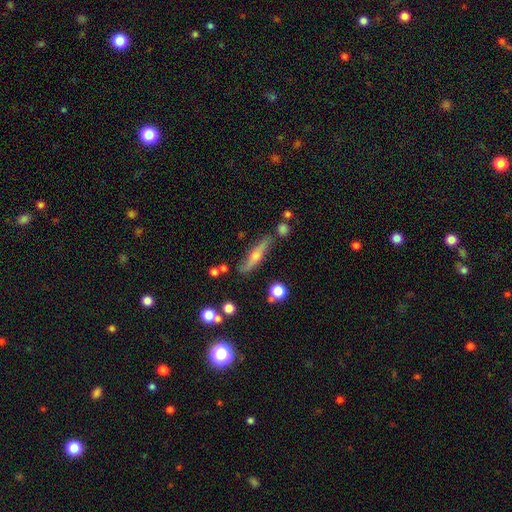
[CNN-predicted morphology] Smooth or featured?
  - featured or disk: 53% *
  - smooth: 30%
  - star or artifact: 17%
Edge-on disk?
  - yes: 82% *
  - no: 18%
Merging?
  - none: 74% *
  - minor disturbance: 14%
  - merger: 8%
  - major disturbance: 5%